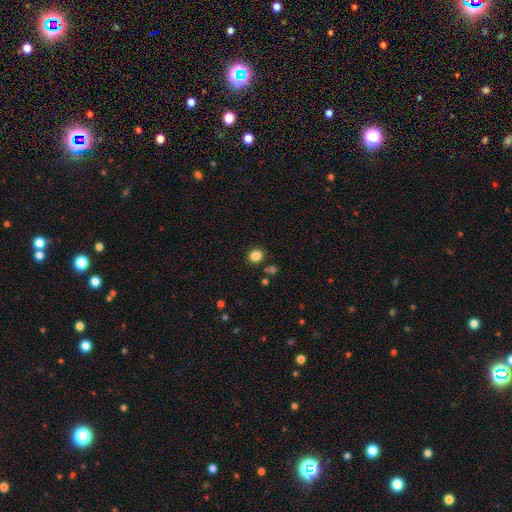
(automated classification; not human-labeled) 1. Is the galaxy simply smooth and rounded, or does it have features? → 84% smooth, 12% star or artifact, 4% featured or disk.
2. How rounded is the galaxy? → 72% round, 27% in between, 1% cigar-shaped.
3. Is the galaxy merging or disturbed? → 86% none, 8% minor disturbance, 4% merger, 3% major disturbance.